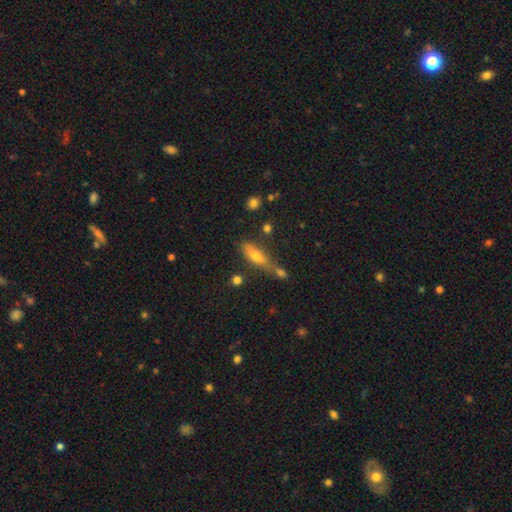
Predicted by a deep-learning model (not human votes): Smooth or featured?
  - smooth: 63% *
  - featured or disk: 27%
  - star or artifact: 10%
How rounded?
  - in between: 49% *
  - cigar-shaped: 47%
  - round: 4%
Merging?
  - none: 53% *
  - merger: 24%
  - minor disturbance: 17%
  - major disturbance: 6%